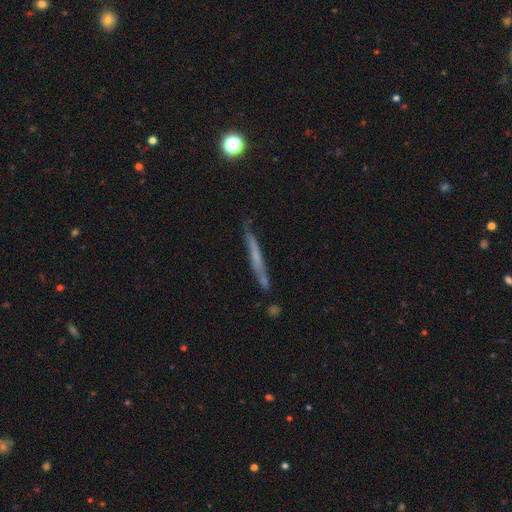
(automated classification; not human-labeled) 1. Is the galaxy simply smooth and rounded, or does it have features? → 49% smooth, 43% featured or disk, 9% star or artifact.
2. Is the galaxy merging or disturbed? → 73% none, 17% minor disturbance, 6% merger, 4% major disturbance.